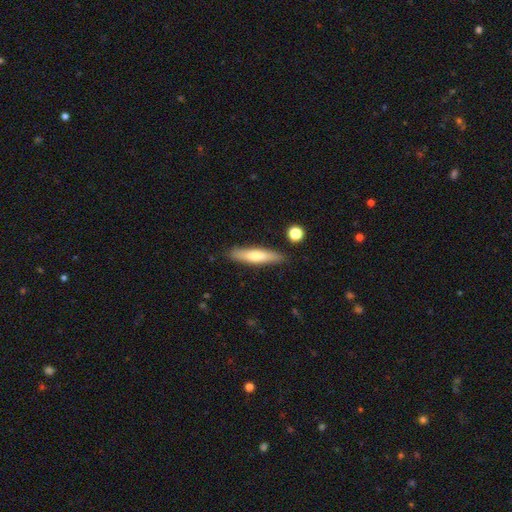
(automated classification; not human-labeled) Smooth or featured?
  - smooth: 59% *
  - featured or disk: 35%
  - star or artifact: 6%
How rounded?
  - cigar-shaped: 84% *
  - in between: 15%
  - round: 2%
Merging?
  - none: 87% *
  - minor disturbance: 9%
  - merger: 2%
  - major disturbance: 2%